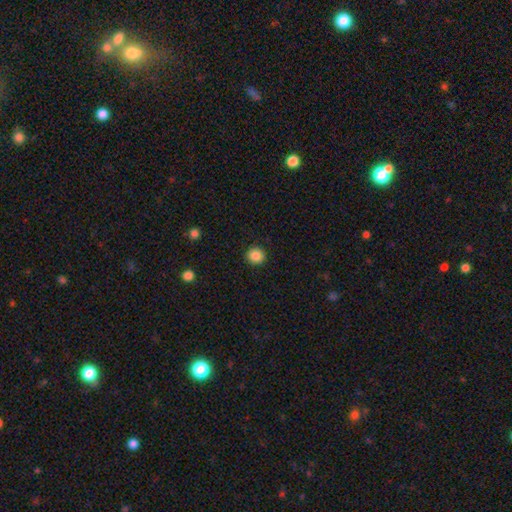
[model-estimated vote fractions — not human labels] Smooth or featured: smooth — 86% (star or artifact — 10%)
How rounded: round — 91% (in between — 8%)
Merging: none — 92% (minor disturbance — 5%)